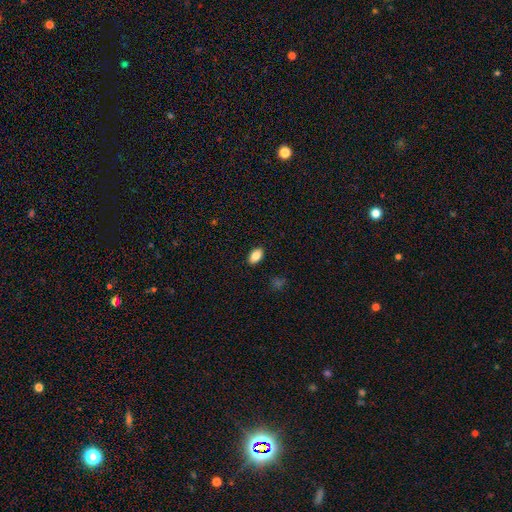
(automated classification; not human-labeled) Overall: smooth (86%). How rounded: in between (91%). Merging: none (89%).